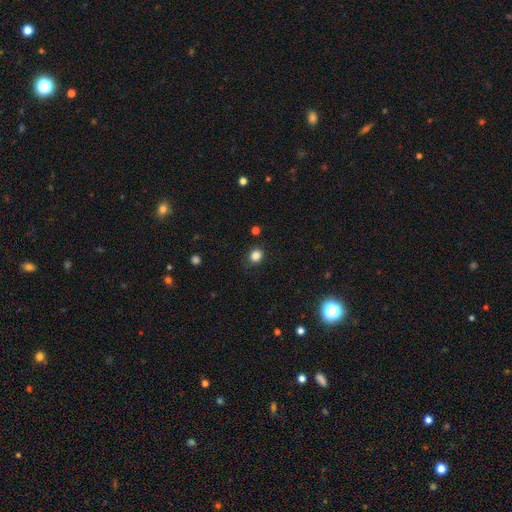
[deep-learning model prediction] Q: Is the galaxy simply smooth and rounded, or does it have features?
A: smooth — 84%.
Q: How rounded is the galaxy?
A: round — 70%.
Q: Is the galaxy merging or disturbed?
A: none — 83%.